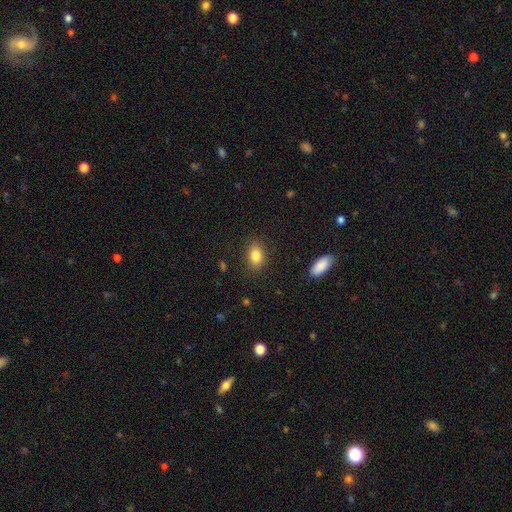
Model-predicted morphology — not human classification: Overall: smooth (84%). How rounded: in between (82%). Merging: none (86%).